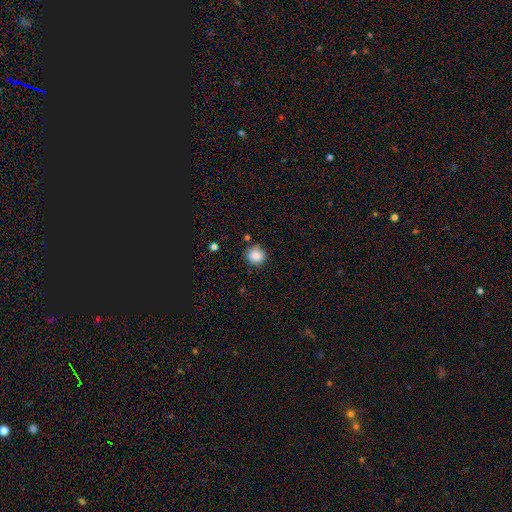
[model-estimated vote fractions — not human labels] Smooth or featured?
  - smooth: 87% *
  - star or artifact: 10%
  - featured or disk: 3%
How rounded?
  - round: 89% *
  - in between: 10%
  - cigar-shaped: 1%
Merging?
  - none: 81% *
  - minor disturbance: 13%
  - merger: 3%
  - major disturbance: 3%